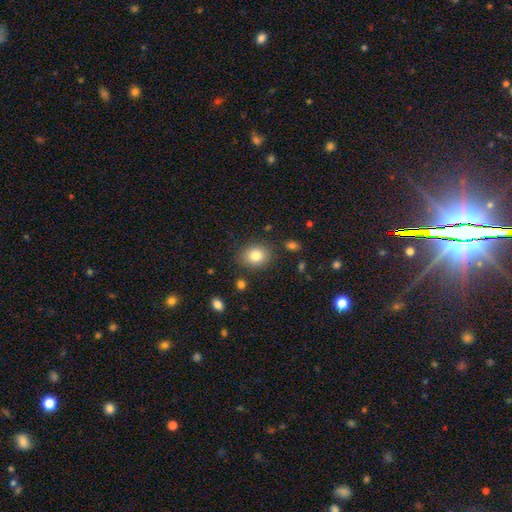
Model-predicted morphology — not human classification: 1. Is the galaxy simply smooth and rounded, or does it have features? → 82% smooth, 9% star or artifact, 8% featured or disk.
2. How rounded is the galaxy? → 51% round, 48% in between, 1% cigar-shaped.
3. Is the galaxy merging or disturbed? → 83% none, 11% minor disturbance, 3% major disturbance, 3% merger.